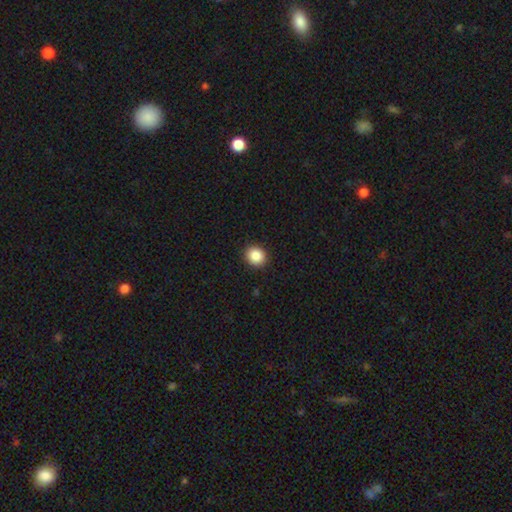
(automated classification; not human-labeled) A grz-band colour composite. It shows a smooth galaxy with no disk features (88%) that is round (80%). Merging: none (91%).